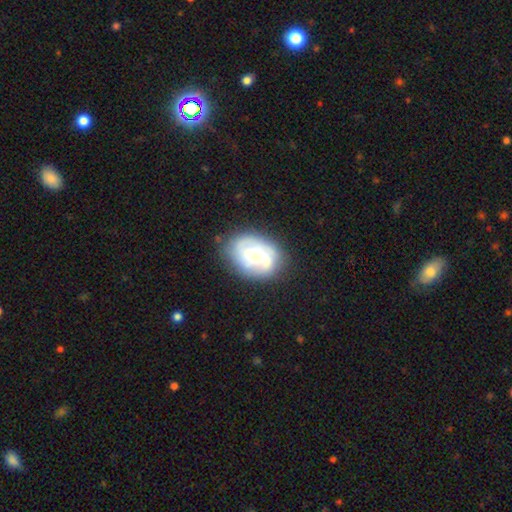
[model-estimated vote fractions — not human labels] smooth_or_featured: featured or disk (p=0.60) [alt: smooth p=0.33]
disk_edge_on: no (p=0.97) [alt: yes p=0.03]
bar: no (p=0.66) [alt: weak p=0.28]
has_spiral_arms: yes (p=0.77) [alt: no p=0.23]
bulge_size: moderate (p=0.55) [alt: small p=0.27]
merging: none (p=0.71) [alt: minor disturbance p=0.20]